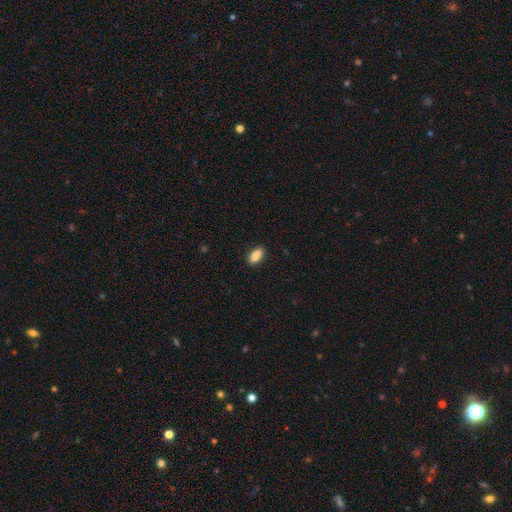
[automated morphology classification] A smooth galaxy with no disk features (87%) that is in between round and cigar-shaped (89%). Merging: none (89%).